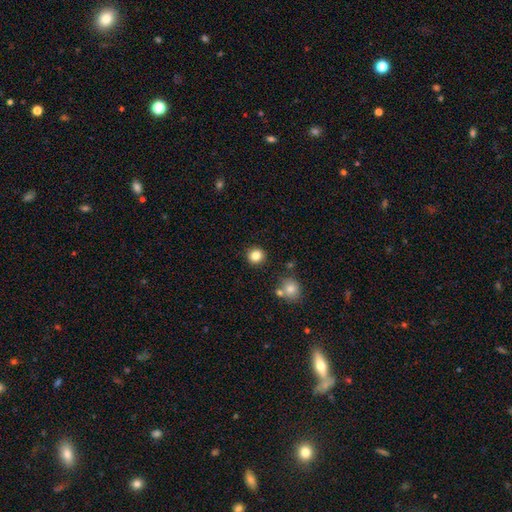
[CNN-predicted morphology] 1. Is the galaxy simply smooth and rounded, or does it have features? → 84% smooth, 11% star or artifact, 5% featured or disk.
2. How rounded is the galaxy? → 91% round, 8% in between, 1% cigar-shaped.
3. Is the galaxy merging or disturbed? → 89% none, 6% minor disturbance, 3% merger, 2% major disturbance.